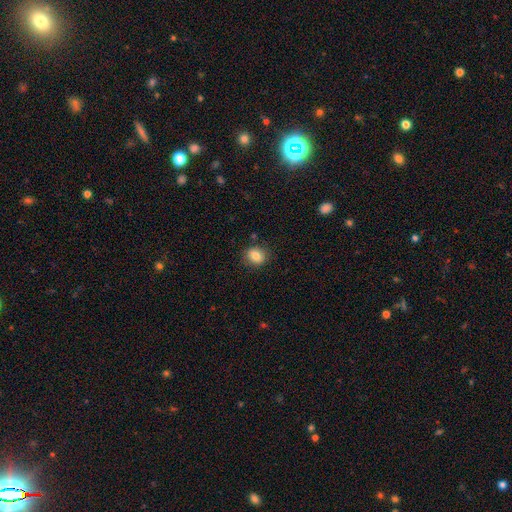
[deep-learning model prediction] Overall: smooth (82%). How rounded: round (66%; in between 33%). Merging: none (84%).